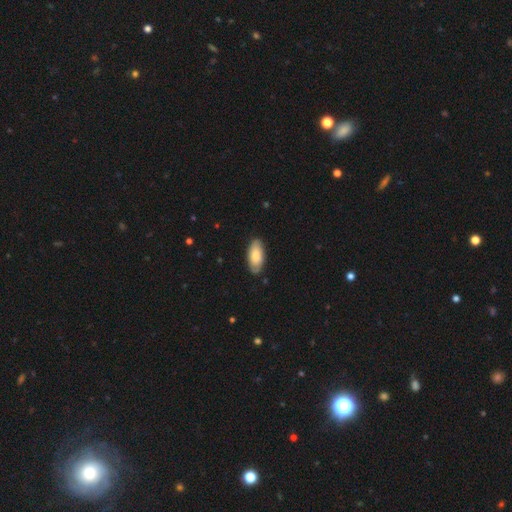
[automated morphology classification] This is likely a smooth galaxy (72%). How rounded: clearly in between (92%). Merging: clearly none (82%).